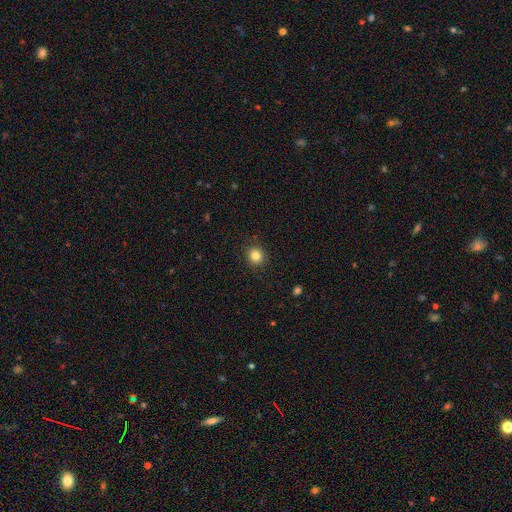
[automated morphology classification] type=smooth (83%); roundness=round (88%); merging=none (90%).